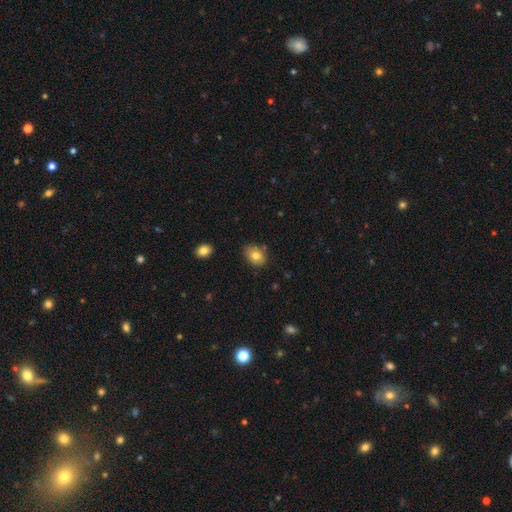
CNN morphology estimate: smooth_or_featured: smooth (p=0.80) [alt: featured or disk p=0.11]
how_rounded: in between (p=0.73) [alt: round p=0.26]
merging: none (p=0.78) [alt: minor disturbance p=0.16]